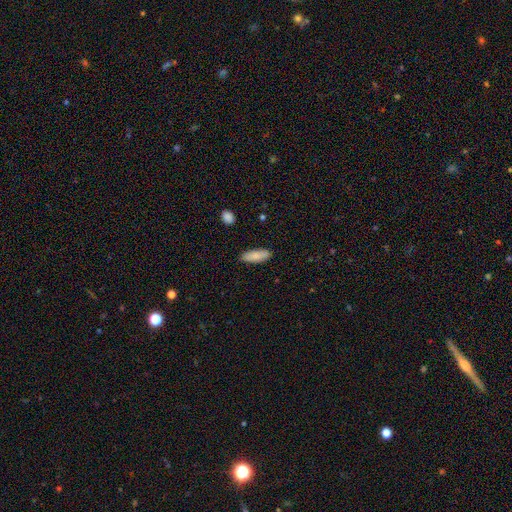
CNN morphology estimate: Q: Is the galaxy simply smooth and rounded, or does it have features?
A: smooth — 85%.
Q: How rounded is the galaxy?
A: in between — 66%.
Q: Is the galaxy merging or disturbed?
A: none — 87%.